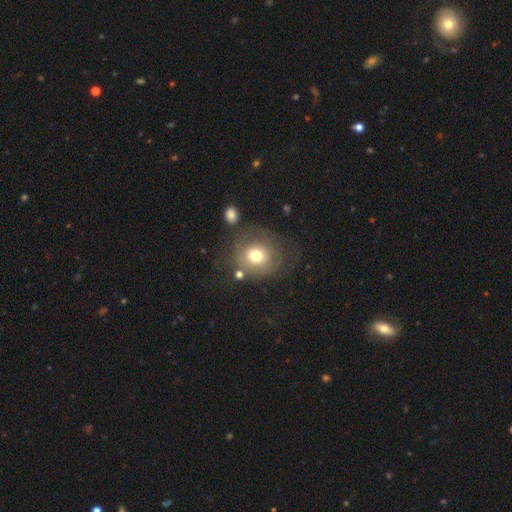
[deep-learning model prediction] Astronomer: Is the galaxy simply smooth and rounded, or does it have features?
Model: smooth — 65%.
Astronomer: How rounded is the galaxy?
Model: round — 80%.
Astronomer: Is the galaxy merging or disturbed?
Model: none — 56%.